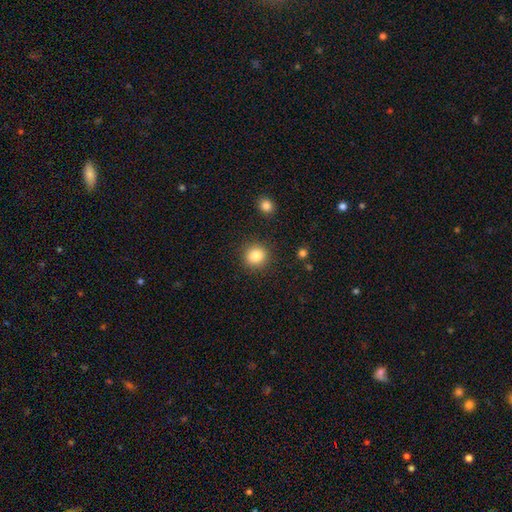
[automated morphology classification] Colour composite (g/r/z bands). It shows a smooth galaxy with no disk features (84%) that is round (88%). Merging: none (89%).